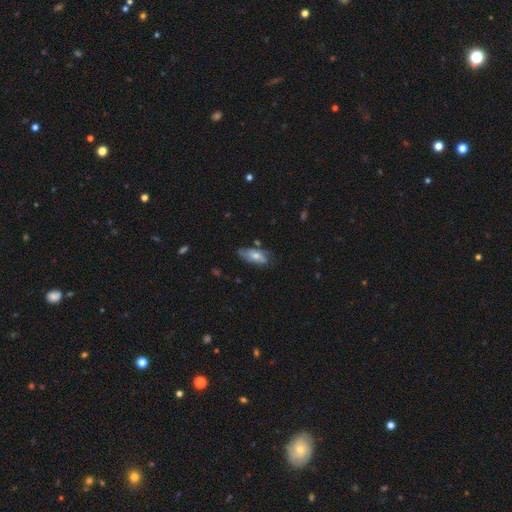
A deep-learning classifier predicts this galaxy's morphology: Smooth or featured? smooth (51%)
How rounded? in between (81%)
Merging? none (59%)